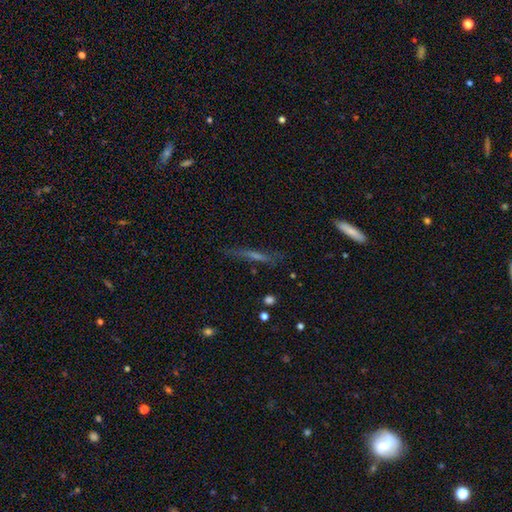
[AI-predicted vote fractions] The model was most divided on "smooth or featured": featured or disk: 48%, smooth: 35%, star or artifact: 17%. More confident: merging — none (79%).